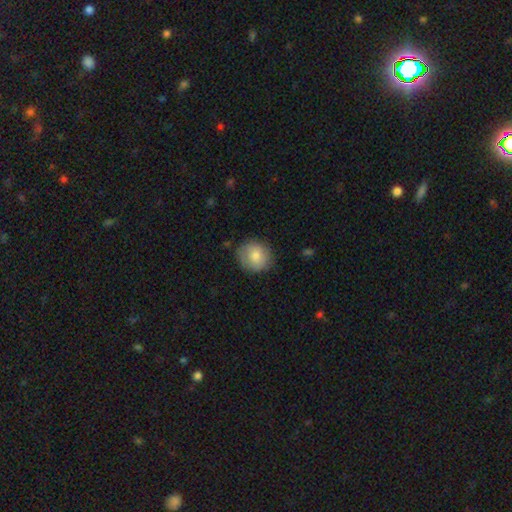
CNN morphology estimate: Smooth or featured?
  - smooth: 79% *
  - featured or disk: 13%
  - star or artifact: 8%
How rounded?
  - round: 82% *
  - in between: 17%
  - cigar-shaped: 1%
Merging?
  - none: 80% *
  - minor disturbance: 15%
  - major disturbance: 3%
  - merger: 1%